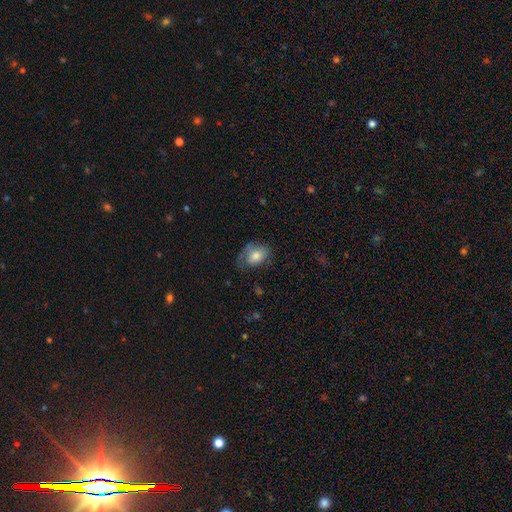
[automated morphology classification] type=smooth (69%); roundness=in between (74%); merging=none (47%).